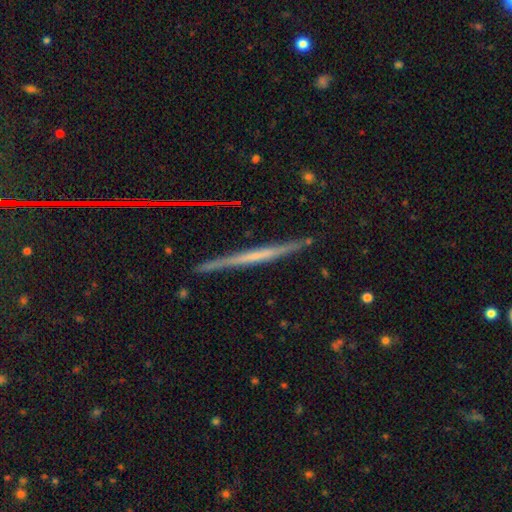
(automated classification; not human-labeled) This appears to be a featured or disk galaxy (62%) viewed edge-on (97%) with no central bulge (80%). Merging: none (88%).